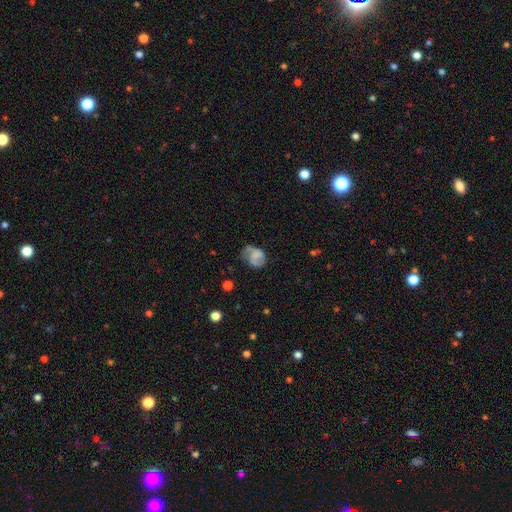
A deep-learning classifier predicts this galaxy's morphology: smooth-or-featured: smooth: 47% | featured or disk: 42% | star or artifact: 11%
  merging: none: 40% | minor disturbance: 29% | major disturbance: 25% | merger: 5%